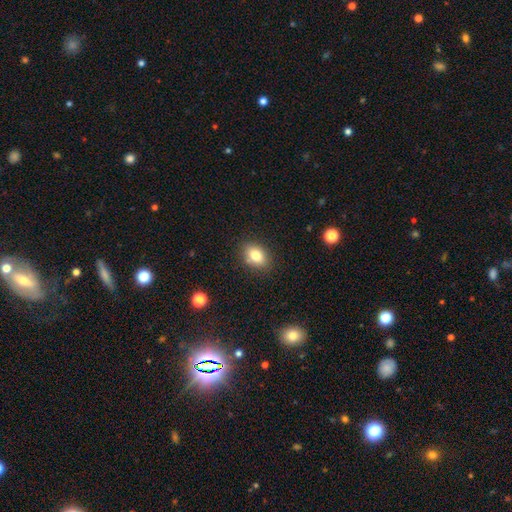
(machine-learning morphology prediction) Q: Smooth or featured?
A: smooth (81%); runner-up: star or artifact (10%)
Q: How rounded?
A: in between (78%); runner-up: round (21%)
Q: Merging?
A: none (84%); runner-up: minor disturbance (11%)